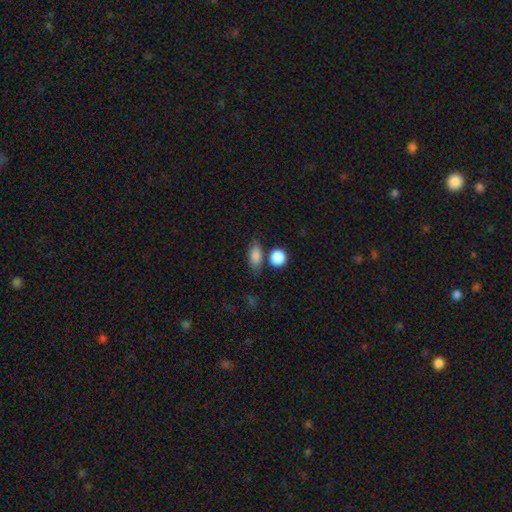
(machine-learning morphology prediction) A smooth galaxy with no disk features (83%) that is in between round and cigar-shaped (74%).

Vote fractions:
- Smooth or featured? smooth: 83% / featured or disk: 9% / star or artifact: 8%
- How rounded? in between: 74% / round: 16% / cigar-shaped: 10%
- Merging? none: 66% / minor disturbance: 17% / merger: 12% / major disturbance: 5%